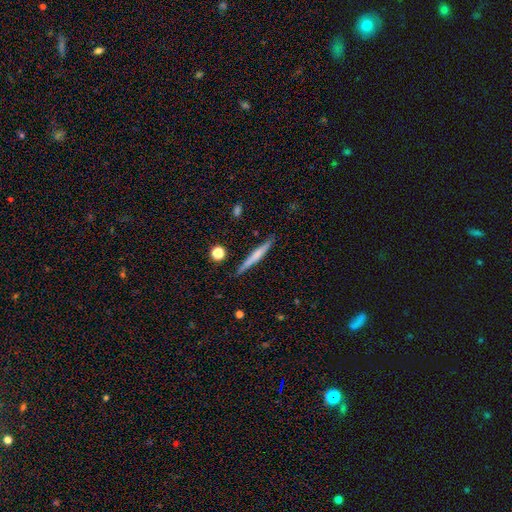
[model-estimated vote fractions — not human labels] Smooth or featured: smooth — 52% (featured or disk — 42%)
How rounded: cigar-shaped — 95% (in between — 3%)
Merging: none — 87% (minor disturbance — 9%)